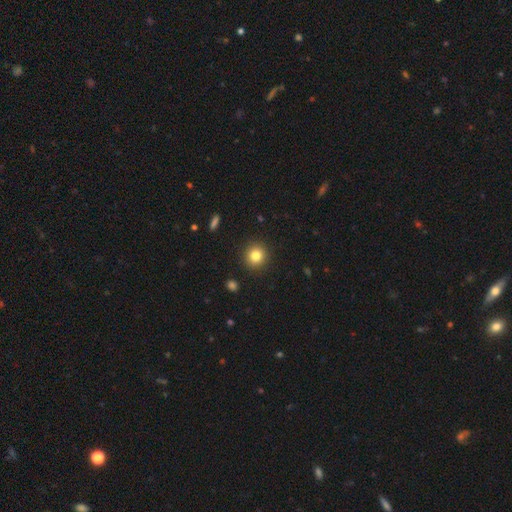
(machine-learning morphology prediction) A smooth galaxy with no disk features (82%) that is round (92%). Merging: none (92%).